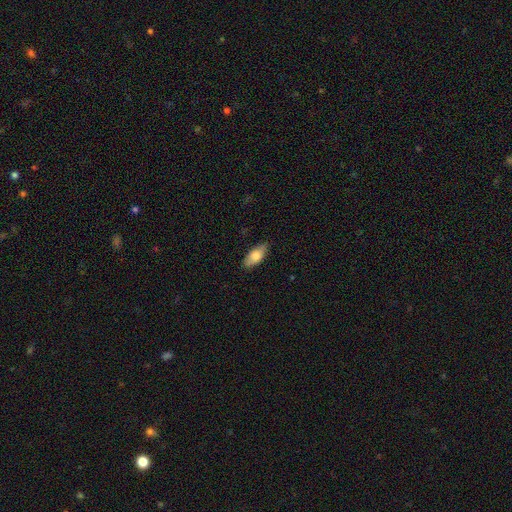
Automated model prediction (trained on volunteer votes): smooth_or_featured: smooth (p=0.74) [alt: featured or disk p=0.20]
how_rounded: in between (p=0.81) [alt: cigar-shaped p=0.16]
merging: none (p=0.84) [alt: minor disturbance p=0.13]